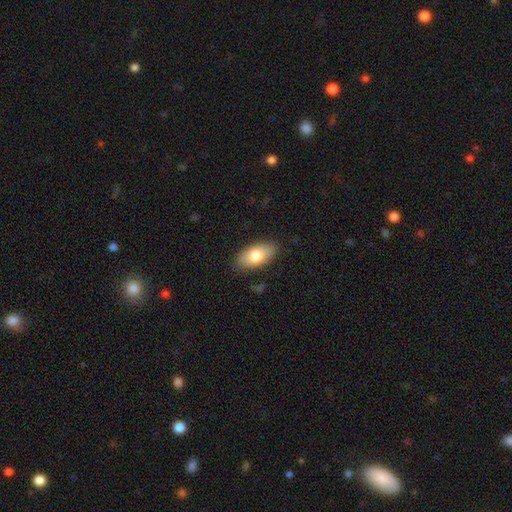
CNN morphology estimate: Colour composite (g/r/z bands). It shows a smooth galaxy with no disk features (79%) that is in between round and cigar-shaped (92%). Merging: none (84%).